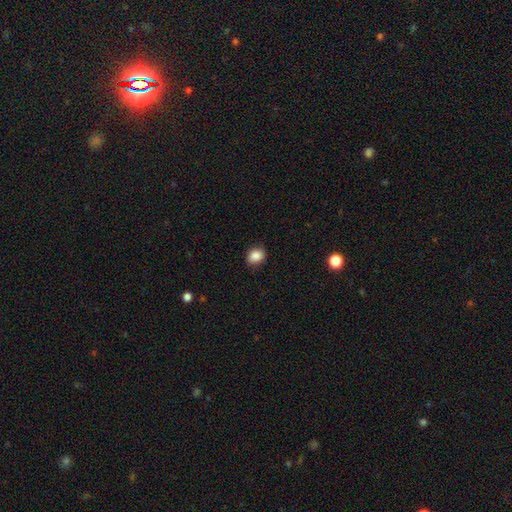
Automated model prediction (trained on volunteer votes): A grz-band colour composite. It shows a smooth galaxy with no disk features (87%) that is round (55%). Merging: none (86%).